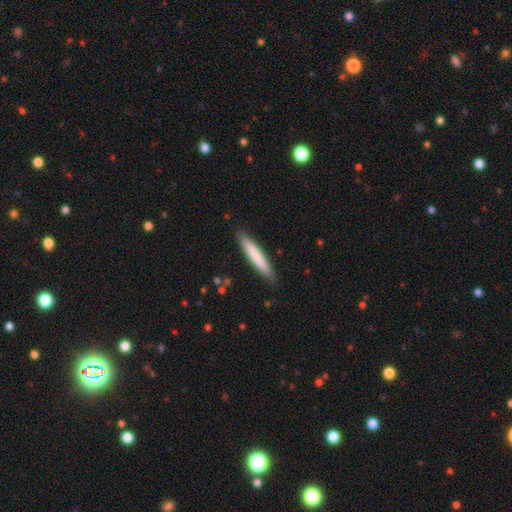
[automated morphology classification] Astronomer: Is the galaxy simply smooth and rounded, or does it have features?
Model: smooth — 75%.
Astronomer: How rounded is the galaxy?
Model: cigar-shaped — 94%.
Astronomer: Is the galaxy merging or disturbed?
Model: none — 88%.